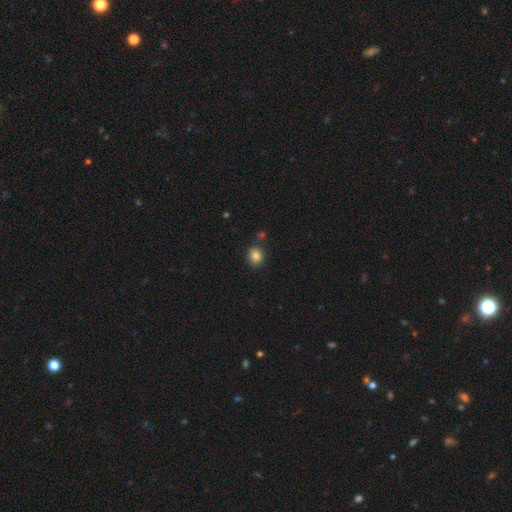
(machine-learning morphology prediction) A smooth galaxy with no disk features (84%) that is round (69%).

Vote fractions:
- Smooth or featured? smooth: 84% / star or artifact: 10% / featured or disk: 6%
- How rounded? round: 69% / in between: 30% / cigar-shaped: 1%
- Merging? none: 82% / minor disturbance: 10% / merger: 5% / major disturbance: 3%